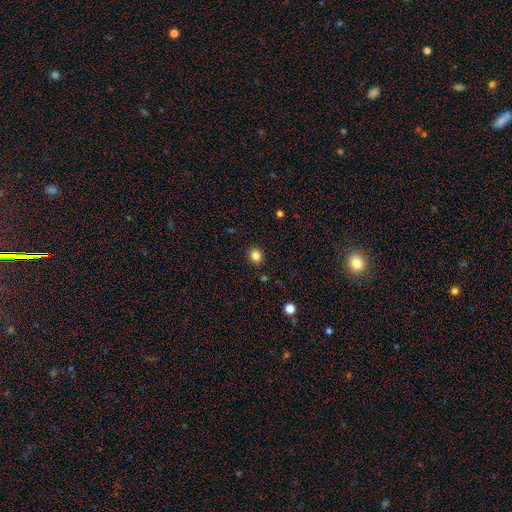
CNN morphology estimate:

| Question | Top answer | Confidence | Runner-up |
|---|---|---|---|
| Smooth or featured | smooth | 84% | star or artifact (12%) |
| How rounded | round | 79% | in between (20%) |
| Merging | none | 91% | minor disturbance (6%) |